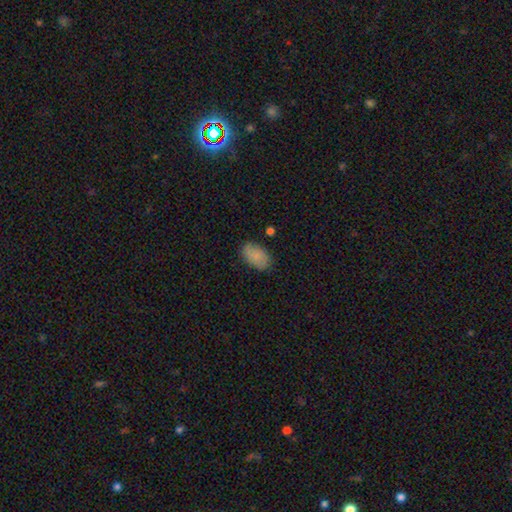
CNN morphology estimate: A smooth galaxy with no disk features (82%) that is in between round and cigar-shaped (93%). Merging: none (80%).